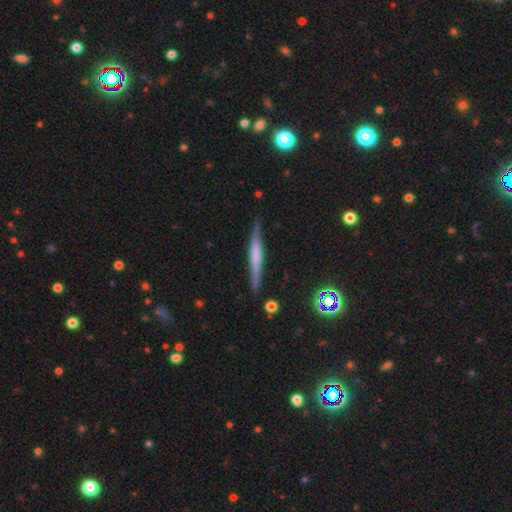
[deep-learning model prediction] Smooth or featured: featured or disk — 52% (smooth — 40%)
Edge-on disk: yes — 95% (no — 5%)
Merging: none — 83% (minor disturbance — 13%)